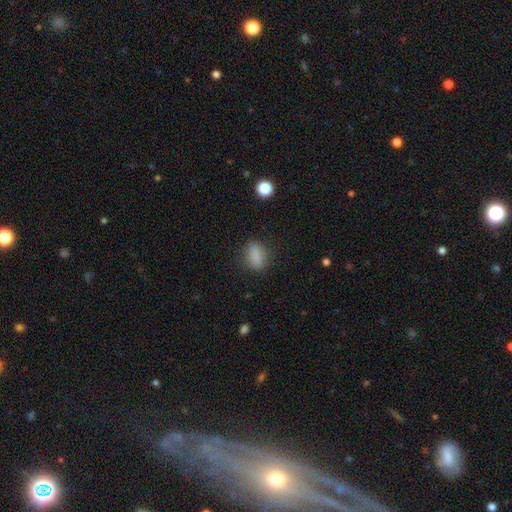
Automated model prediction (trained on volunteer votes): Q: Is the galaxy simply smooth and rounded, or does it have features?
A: smooth — 83%.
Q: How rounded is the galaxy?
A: in between — 76%.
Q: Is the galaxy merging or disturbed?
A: none — 78%.